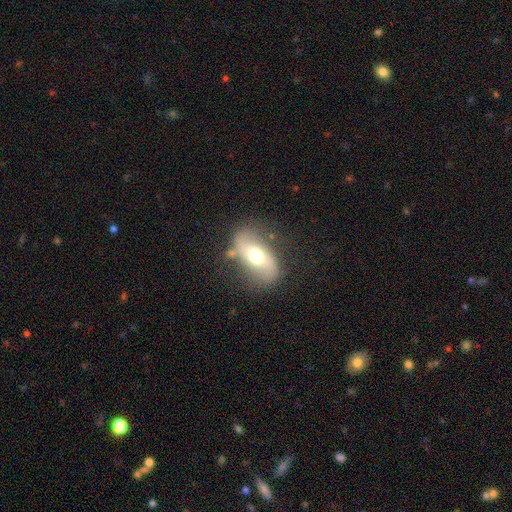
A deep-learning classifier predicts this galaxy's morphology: smooth_or_featured: featured or disk (p=0.64) [alt: smooth p=0.30]
disk_edge_on: no (p=0.92) [alt: yes p=0.08]
bar: no (p=0.42) [alt: weak p=0.32]
has_spiral_arms: yes (p=0.77) [alt: no p=0.23]
bulge_size: moderate (p=0.70) [alt: large p=0.18]
merging: none (p=0.70) [alt: minor disturbance p=0.18]